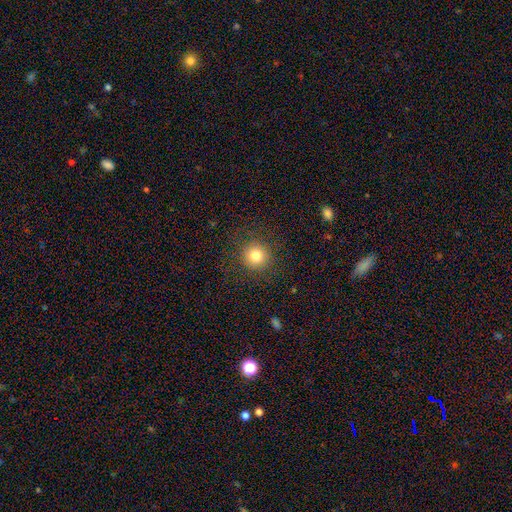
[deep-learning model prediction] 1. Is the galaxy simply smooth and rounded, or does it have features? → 81% smooth, 12% star or artifact, 7% featured or disk.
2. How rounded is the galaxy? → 94% round, 5% in between, 1% cigar-shaped.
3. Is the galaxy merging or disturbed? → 88% none, 7% minor disturbance, 4% major disturbance, 1% merger.